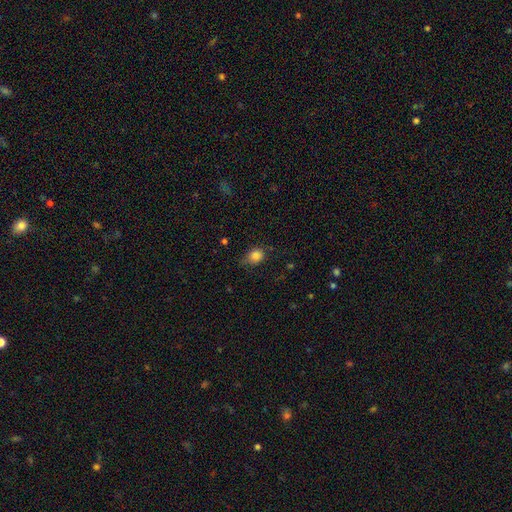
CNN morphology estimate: Smooth or featured?
  - smooth: 84% *
  - star or artifact: 11%
  - featured or disk: 6%
How rounded?
  - round: 61% *
  - in between: 38%
  - cigar-shaped: 1%
Merging?
  - none: 62% *
  - minor disturbance: 29%
  - major disturbance: 7%
  - merger: 2%